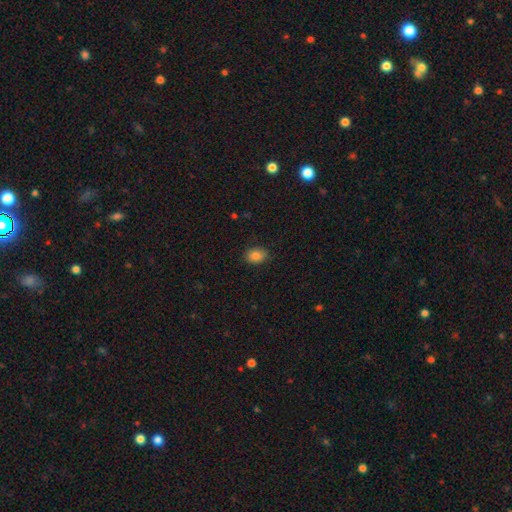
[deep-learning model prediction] smooth-or-featured: smooth: 85% | star or artifact: 10% | featured or disk: 5%
  how-rounded: in between: 62% | round: 37% | cigar-shaped: 1%
  merging: none: 84% | minor disturbance: 13% | major disturbance: 3% | merger: 1%